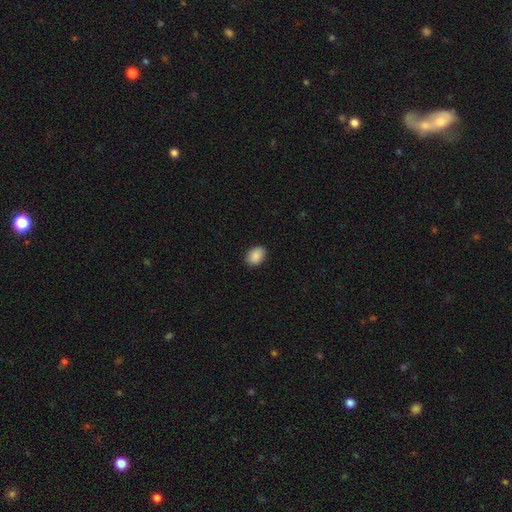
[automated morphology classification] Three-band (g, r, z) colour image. It shows a smooth galaxy with no disk features (89%) that is in between round and cigar-shaped (78%). Merging: none (87%).